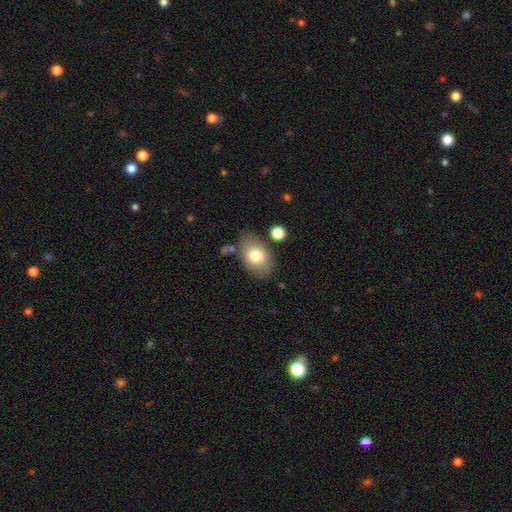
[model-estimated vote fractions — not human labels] Smooth or featured? smooth (78%)
How rounded? in between (84%)
Merging? none (76%)